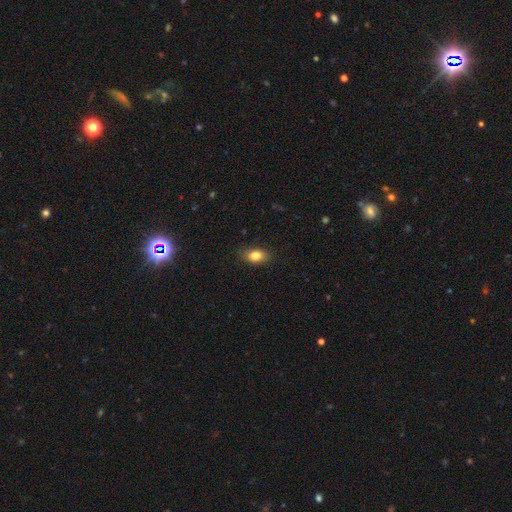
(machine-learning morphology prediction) This appears to be a smooth galaxy with no disk features (82%) that is in between round and cigar-shaped (84%). Merging: none (85%).